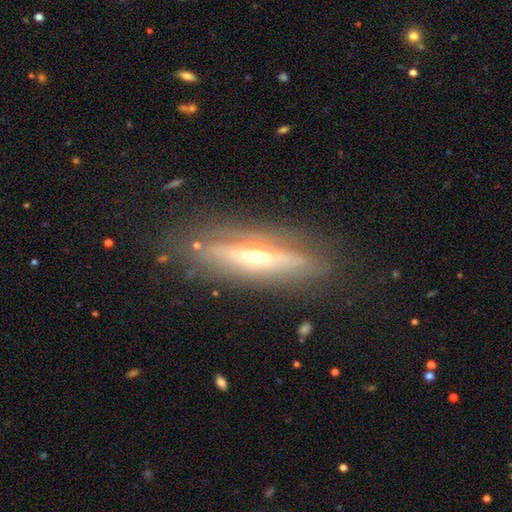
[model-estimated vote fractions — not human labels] This is likely a featured or disk galaxy (76%). It is clearly viewed edge-on (89%). Edge-on bulge: clearly rounded (87%). Merging: clearly none (81%).